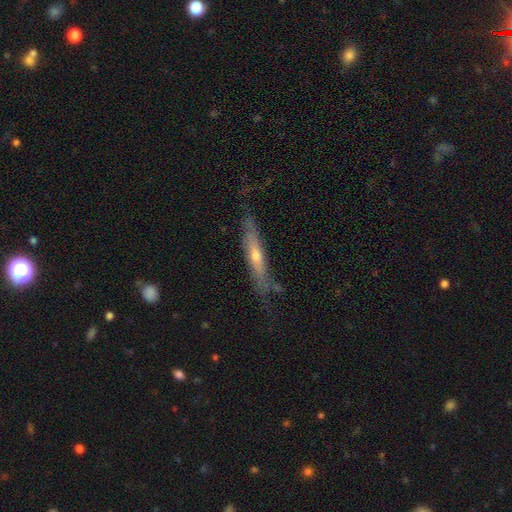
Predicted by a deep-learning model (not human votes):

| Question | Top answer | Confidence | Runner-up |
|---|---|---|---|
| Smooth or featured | featured or disk | 60% | smooth (34%) |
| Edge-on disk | yes | 80% | no (20%) |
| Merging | none | 69% | minor disturbance (22%) |